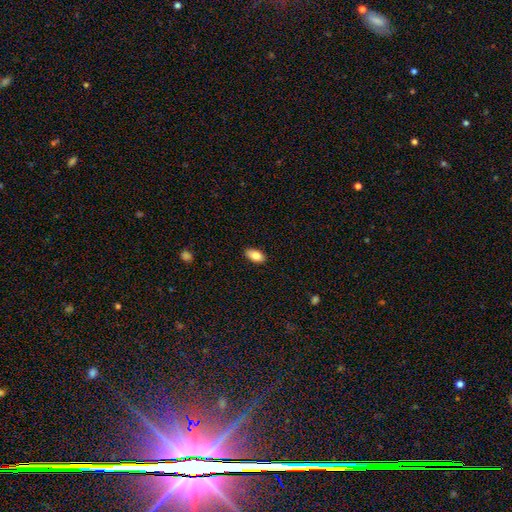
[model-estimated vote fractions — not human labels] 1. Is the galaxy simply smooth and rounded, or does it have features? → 85% smooth, 8% featured or disk, 7% star or artifact.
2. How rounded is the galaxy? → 92% in between, 4% cigar-shaped, 4% round.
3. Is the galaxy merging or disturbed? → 88% none, 9% minor disturbance, 2% major disturbance, 1% merger.